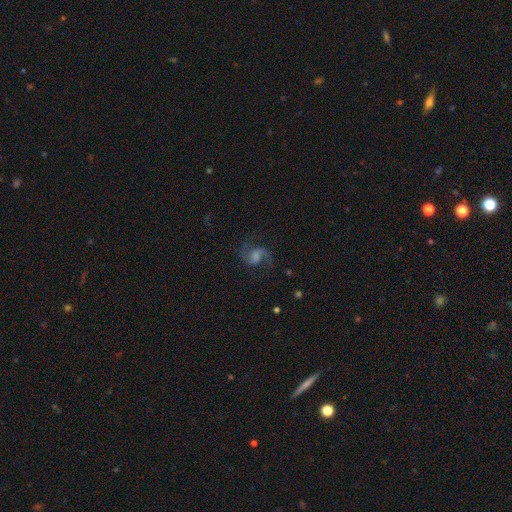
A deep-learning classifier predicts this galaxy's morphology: smooth-or-featured: featured or disk: 81% | smooth: 10% | star or artifact: 8%
  disk-edge-on: no: 98% | yes: 2%
    bar: weak: 50% | no: 38% | strong: 13%
    has-spiral-arms: yes: 96% | no: 4%
      spiral-winding: medium: 47% | loose: 46% | tight: 8%
      spiral-arm-count: 2: 91% | 1: 3% | can't tell: 3% | 3: 1% | 4: 1% | more than 4: 1%
    bulge-size: moderate: 31% | small: 29% | none: 27% | large: 12% | dominant: 2%
  merging: none: 73% | minor disturbance: 15% | major disturbance: 11% | merger: 2%